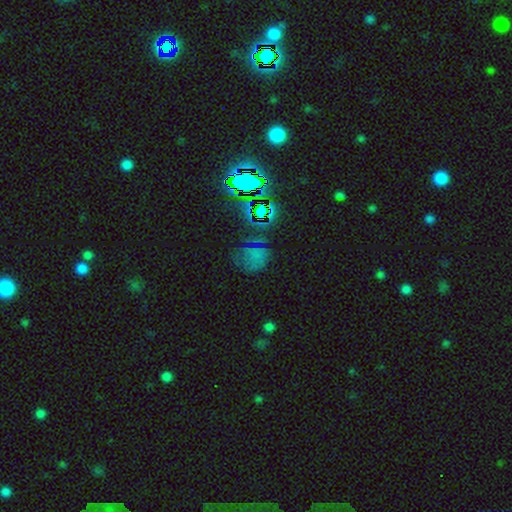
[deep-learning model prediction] Smooth or featured: smooth — 44% (star or artifact — 43%)
Merging: none — 61% (minor disturbance — 21%)